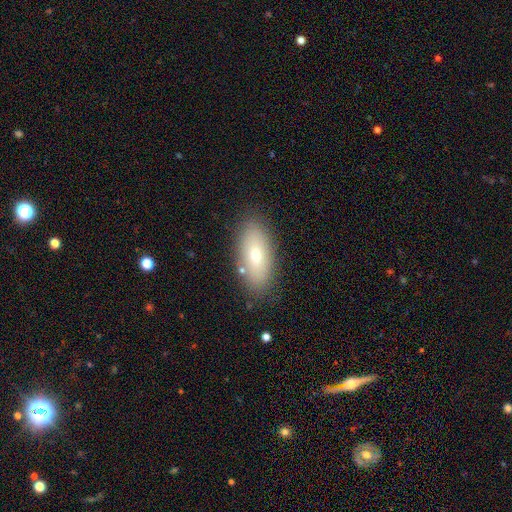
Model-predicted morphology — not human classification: type=smooth (71%); roundness=in between (84%); merging=none (83%).